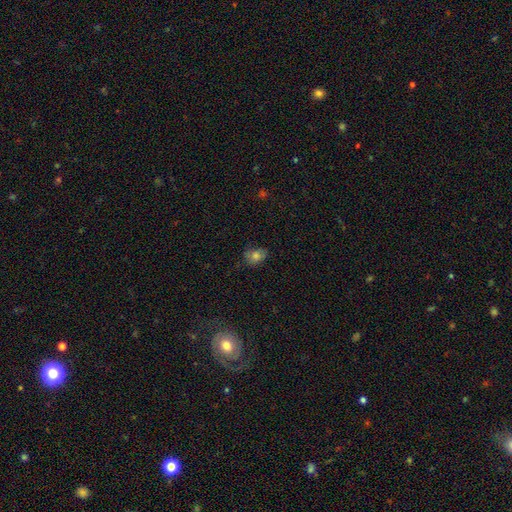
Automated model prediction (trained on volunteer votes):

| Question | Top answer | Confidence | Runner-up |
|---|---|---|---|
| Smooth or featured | smooth | 76% | star or artifact (12%) |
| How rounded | in between | 71% | round (28%) |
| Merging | none | 63% | minor disturbance (27%) |